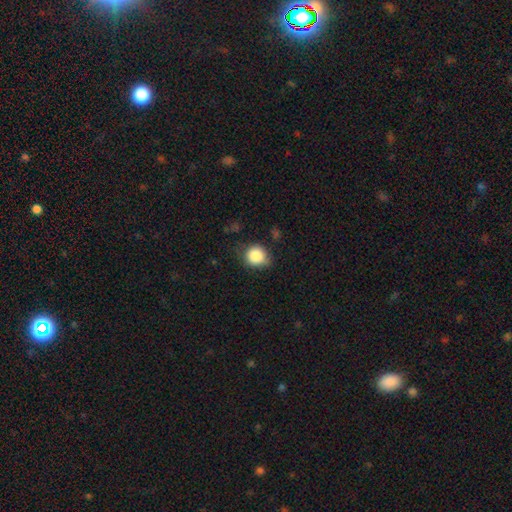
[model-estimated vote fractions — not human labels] A smooth galaxy with no disk features (85%) that is round (79%). Merging: none (65%).